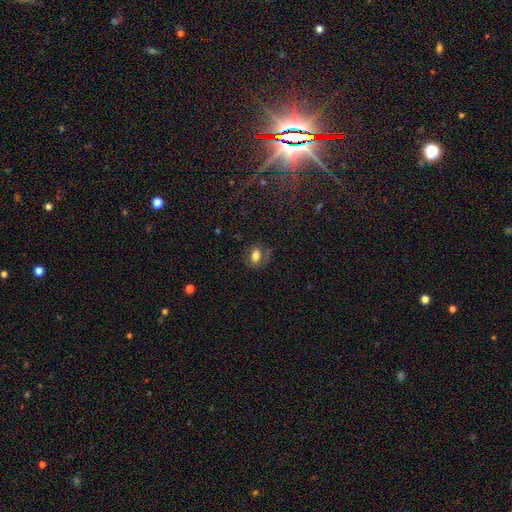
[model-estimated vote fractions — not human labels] smooth_or_featured: smooth (p=0.69) [alt: featured or disk p=0.19]
how_rounded: in between (p=0.76) [alt: round p=0.22]
merging: none (p=0.68) [alt: minor disturbance p=0.20]